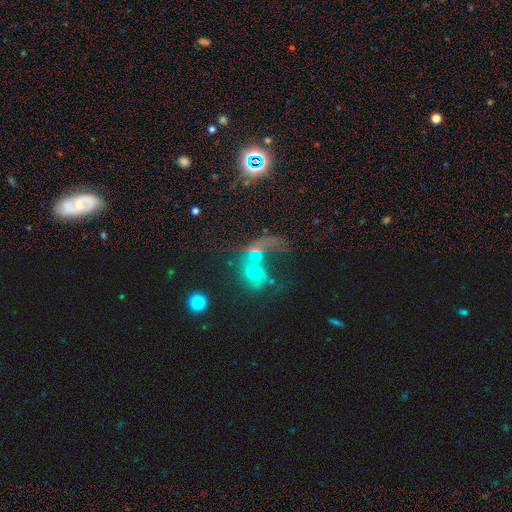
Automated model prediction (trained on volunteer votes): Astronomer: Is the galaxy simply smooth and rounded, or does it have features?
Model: smooth — 45% (runner-up: featured or disk, 36%).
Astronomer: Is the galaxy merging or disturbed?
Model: merger — 54%.